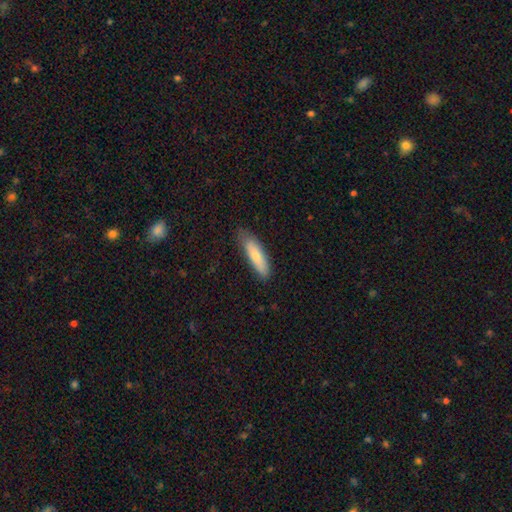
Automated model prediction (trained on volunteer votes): Morphology: type=smooth (71%); roundness=cigar-shaped (58%); merging=none (76%).